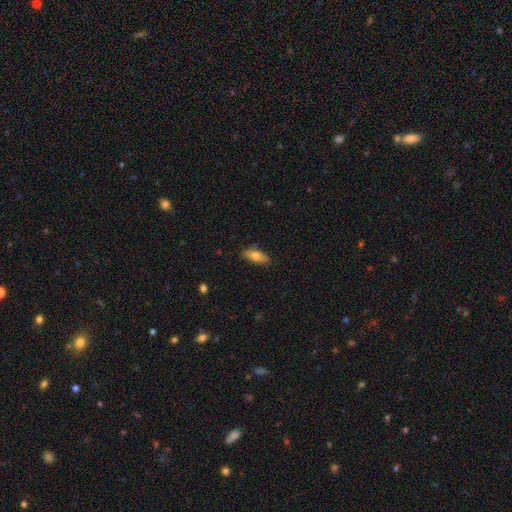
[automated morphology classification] Overall: smooth (68%). How rounded: in between (73%). Merging: none (83%).